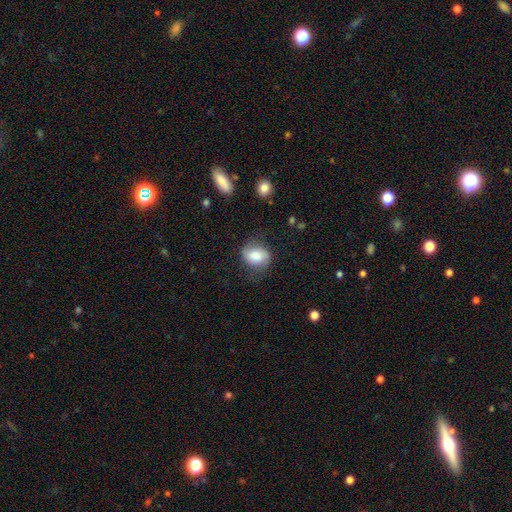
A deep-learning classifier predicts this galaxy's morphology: type=smooth (65%); roundness=round (51%); merging=none (64%).